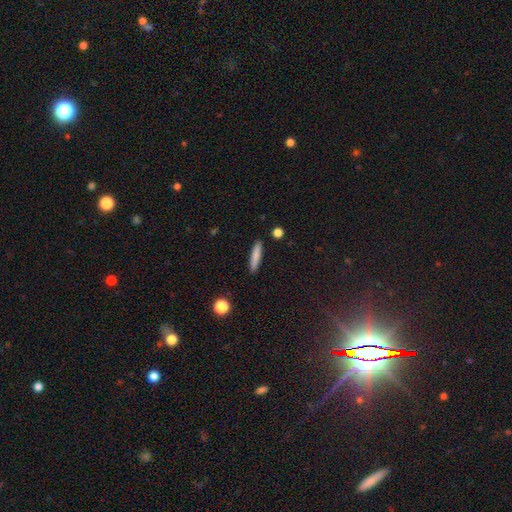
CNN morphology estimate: The model was most divided on "smooth or featured": smooth: 80%, featured or disk: 13%, star or artifact: 7%. More confident: merging — none (90%); how rounded — cigar-shaped (90%).